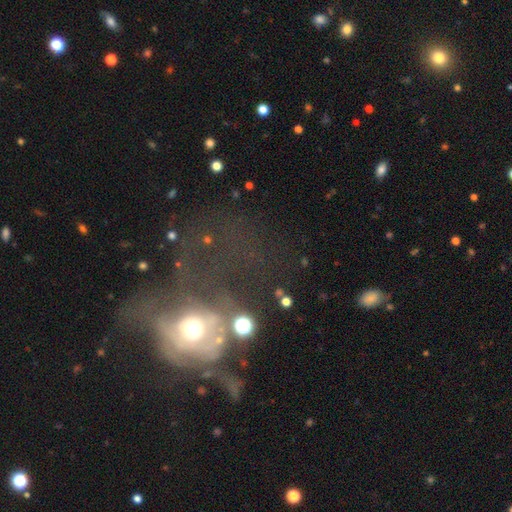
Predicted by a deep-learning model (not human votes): Q: Smooth or featured?
A: featured or disk (41%); runner-up: smooth (31%)
Q: Merging?
A: major disturbance (54%); runner-up: none (17%)